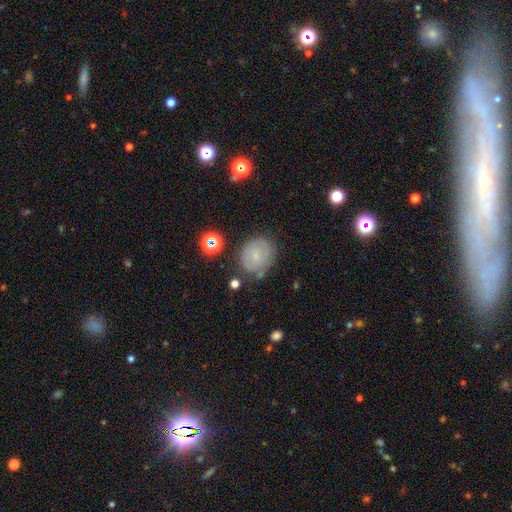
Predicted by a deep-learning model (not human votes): Smooth or featured?
  - smooth: 46% *
  - featured or disk: 43%
  - star or artifact: 11%
Merging?
  - none: 73% *
  - minor disturbance: 18%
  - major disturbance: 6%
  - merger: 4%